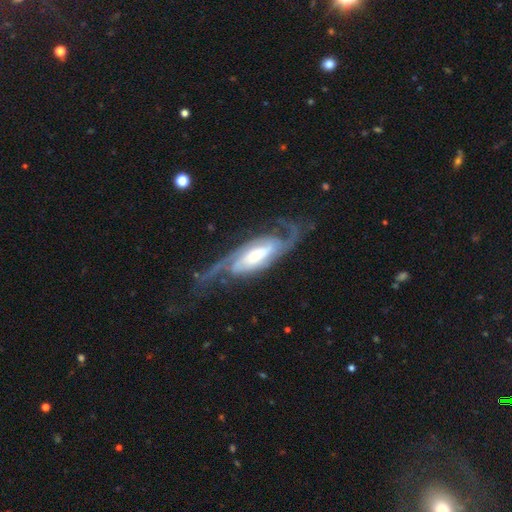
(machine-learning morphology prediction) Overall: featured or disk (88%). Edge-on disk: no (90%). Bar: no (39%; weak 34%). Spiral arms: yes (97%). Spiral arm count: 2 (79%). Spiral winding: medium (45%; tight 28%). Bulge size: moderate (33%; large 30%). Merging: none (63%).